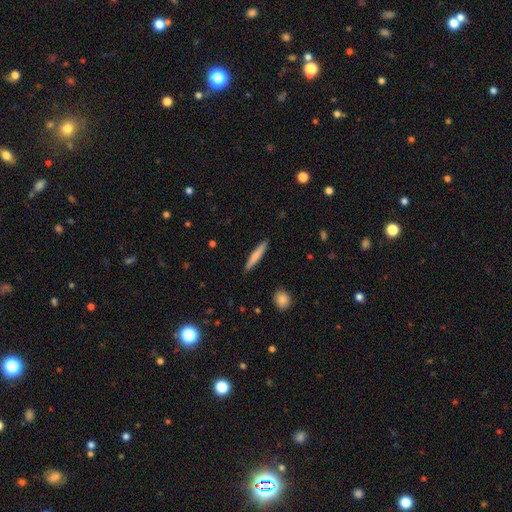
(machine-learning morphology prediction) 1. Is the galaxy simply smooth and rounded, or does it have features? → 73% smooth, 21% featured or disk, 6% star or artifact.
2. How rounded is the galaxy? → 93% cigar-shaped, 6% in between, 1% round.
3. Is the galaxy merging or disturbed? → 91% none, 7% minor disturbance, 1% major disturbance, 1% merger.